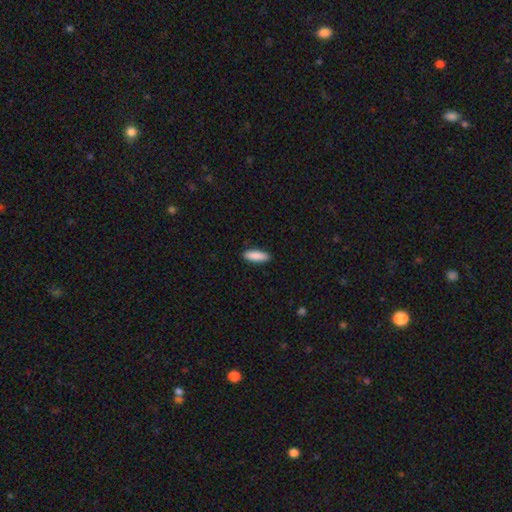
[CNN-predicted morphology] Smooth or featured?
  - smooth: 89% *
  - star or artifact: 6%
  - featured or disk: 5%
How rounded?
  - cigar-shaped: 50% *
  - in between: 48%
  - round: 2%
Merging?
  - none: 90% *
  - minor disturbance: 7%
  - major disturbance: 2%
  - merger: 1%